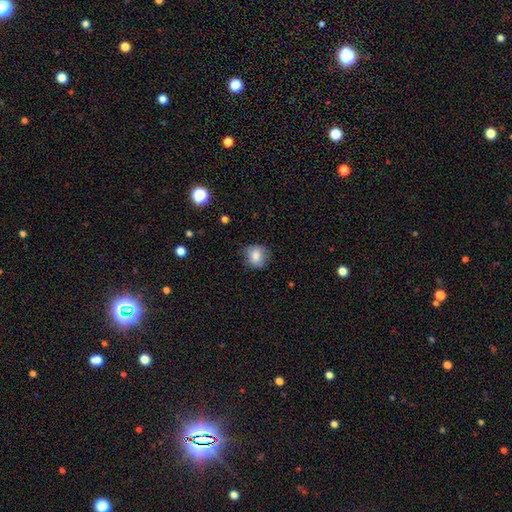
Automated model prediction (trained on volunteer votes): The model was most divided on "merging": none: 75%, minor disturbance: 19%, major disturbance: 4%, merger: 1%. More confident: smooth or featured — smooth (82%); how rounded — round (81%).